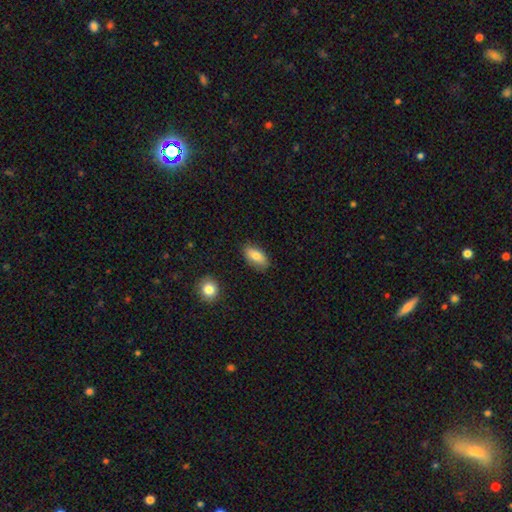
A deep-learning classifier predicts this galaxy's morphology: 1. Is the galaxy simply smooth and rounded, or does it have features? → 80% smooth, 13% featured or disk, 7% star or artifact.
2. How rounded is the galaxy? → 89% in between, 7% cigar-shaped, 4% round.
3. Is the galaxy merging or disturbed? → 83% none, 13% minor disturbance, 2% major disturbance, 2% merger.